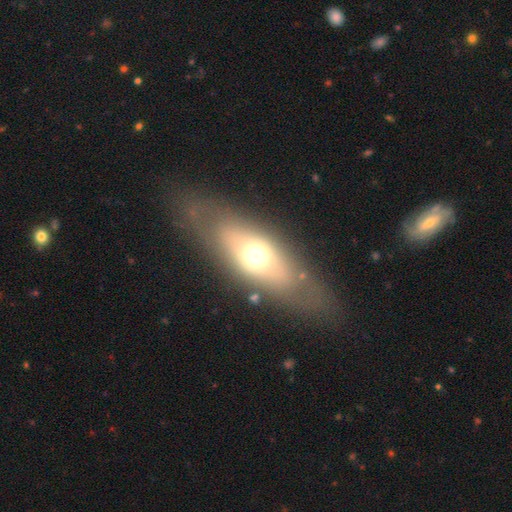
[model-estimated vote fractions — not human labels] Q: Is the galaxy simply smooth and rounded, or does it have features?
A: featured or disk — 46%, tied with smooth.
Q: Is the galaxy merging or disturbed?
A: none — 76%.